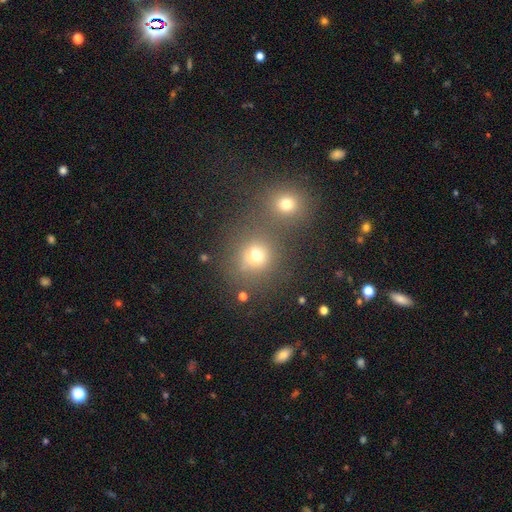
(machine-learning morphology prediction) smooth 70%, star or artifact 19%, featured or disk 11%. Down the decision tree: how rounded — round (81%); merging — none (54%).